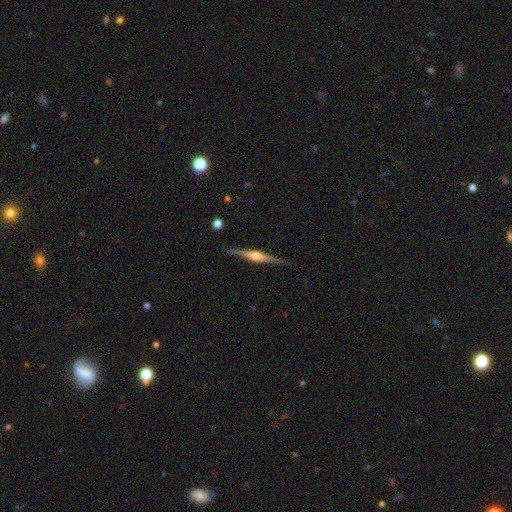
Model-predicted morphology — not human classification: A featured or disk galaxy (82%) viewed edge-on (98%) with a rounded central bulge (81%).

Vote fractions:
- Smooth or featured? featured or disk: 82% / smooth: 12% / star or artifact: 6%
- Edge-on disk? yes: 98% / no: 2%
- Edge-on bulge? rounded: 81% / boxy: 15% / none: 4%
- Merging? none: 90% / minor disturbance: 8% / major disturbance: 2% / merger: 1%